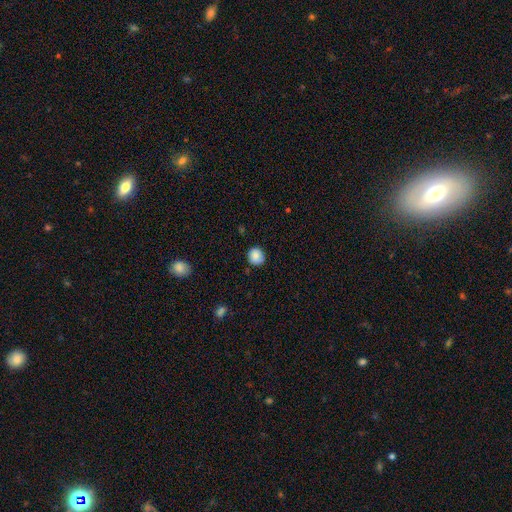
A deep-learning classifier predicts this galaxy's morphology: Smooth or featured: smooth — 86% (star or artifact — 9%)
How rounded: round — 83% (in between — 16%)
Merging: none — 84% (minor disturbance — 12%)